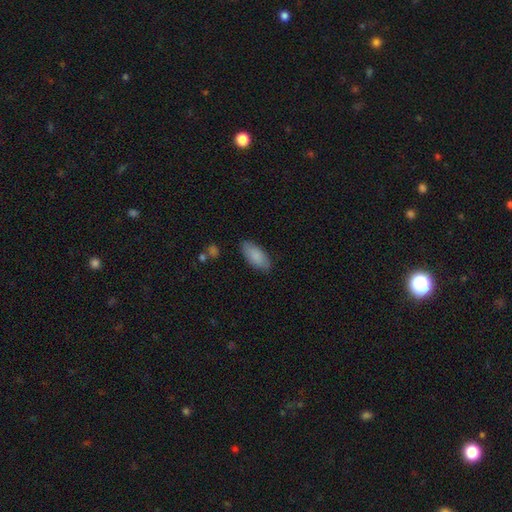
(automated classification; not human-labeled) smooth-or-featured: smooth: 86% | featured or disk: 9% | star or artifact: 6%
  how-rounded: in between: 88% | cigar-shaped: 10% | round: 2%
  merging: none: 84% | minor disturbance: 12% | major disturbance: 3% | merger: 1%